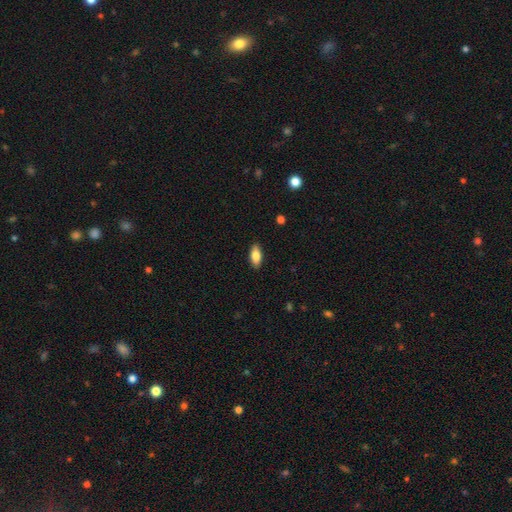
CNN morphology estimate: Smooth or featured?
  - smooth: 81% *
  - featured or disk: 12%
  - star or artifact: 7%
How rounded?
  - in between: 85% *
  - cigar-shaped: 13%
  - round: 2%
Merging?
  - none: 89% *
  - minor disturbance: 8%
  - major disturbance: 2%
  - merger: 1%